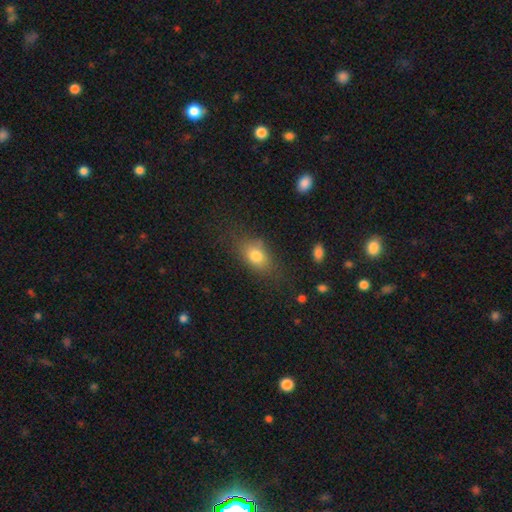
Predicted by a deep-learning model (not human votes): The model was most divided on "merging": none: 69%, minor disturbance: 19%, major disturbance: 9%, merger: 2%. More confident: smooth or featured — smooth (79%); how rounded — in between (78%).